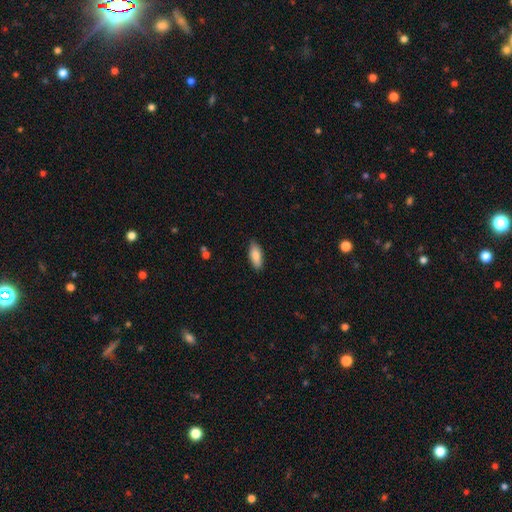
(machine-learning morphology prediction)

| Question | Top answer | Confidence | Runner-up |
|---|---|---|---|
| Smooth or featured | smooth | 86% | featured or disk (8%) |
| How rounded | in between | 76% | cigar-shaped (22%) |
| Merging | none | 86% | minor disturbance (11%) |